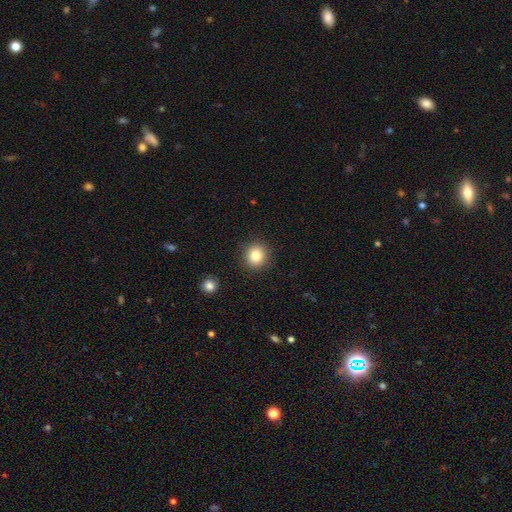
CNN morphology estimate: Smooth or featured?
  - smooth: 82% *
  - star or artifact: 11%
  - featured or disk: 7%
How rounded?
  - round: 90% *
  - in between: 9%
  - cigar-shaped: 1%
Merging?
  - none: 91% *
  - minor disturbance: 6%
  - major disturbance: 2%
  - merger: 1%